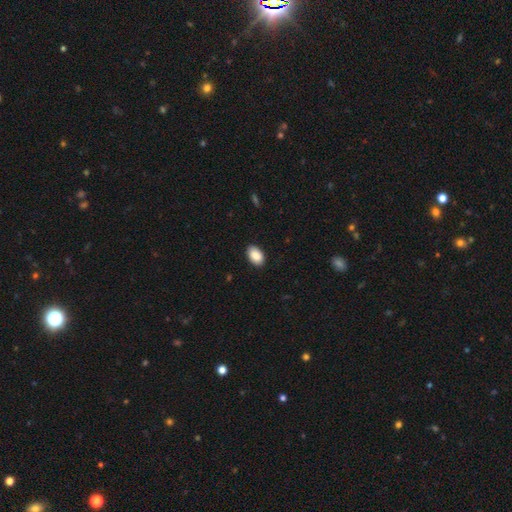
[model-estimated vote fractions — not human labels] Smooth or featured: smooth — 89% (star or artifact — 7%)
How rounded: in between — 91% (round — 8%)
Merging: none — 89% (minor disturbance — 9%)